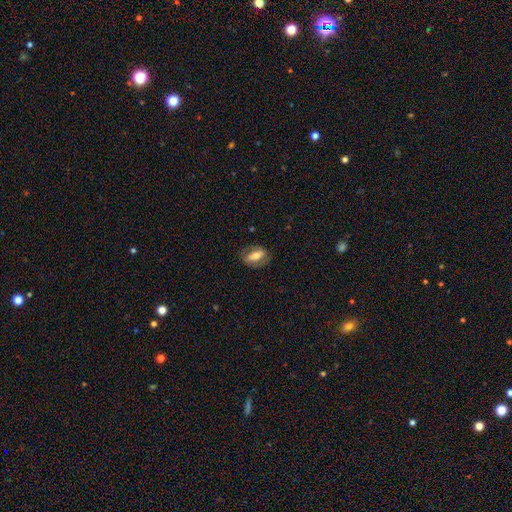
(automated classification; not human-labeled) A smooth galaxy with no disk features (50%) that is in between round and cigar-shaped (80%). Merging: none (77%).